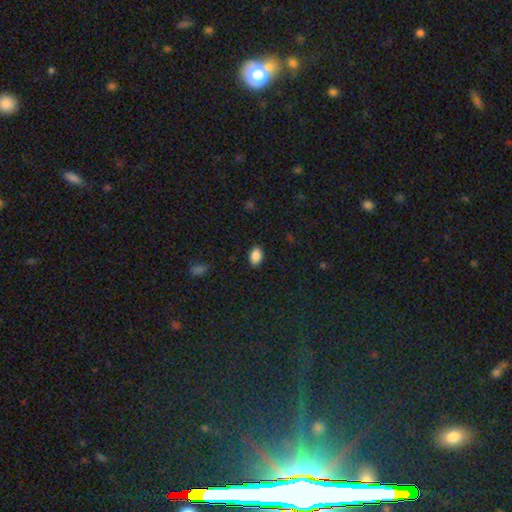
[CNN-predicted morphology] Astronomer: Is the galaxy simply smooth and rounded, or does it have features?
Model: smooth — 87%.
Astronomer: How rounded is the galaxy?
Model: in between — 85%.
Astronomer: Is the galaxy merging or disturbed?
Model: none — 87%.